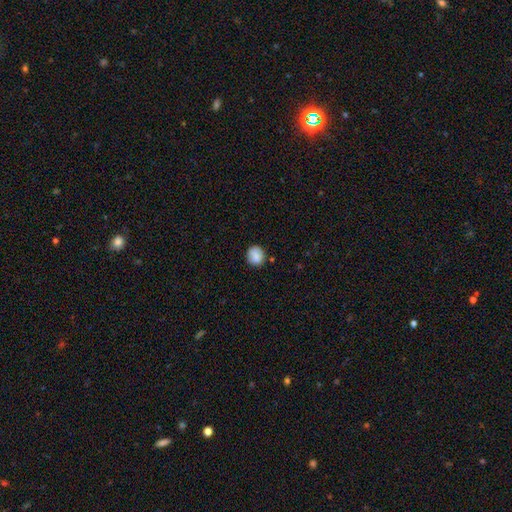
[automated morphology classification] Q: Smooth or featured?
A: smooth (85%); runner-up: star or artifact (8%)
Q: How rounded?
A: round (79%); runner-up: in between (20%)
Q: Merging?
A: none (80%); runner-up: minor disturbance (15%)